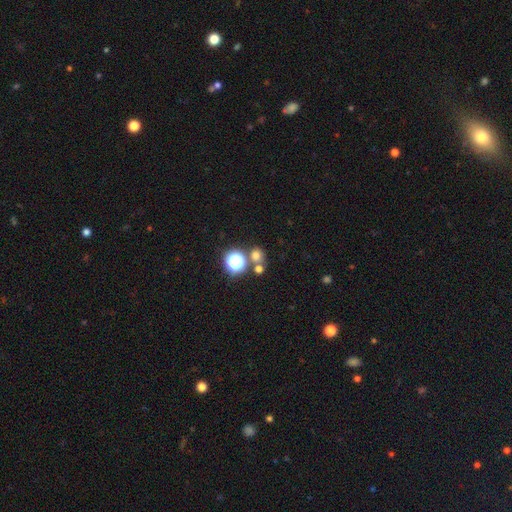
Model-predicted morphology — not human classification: The model was most divided on "smooth or featured": smooth: 65%, star or artifact: 28%, featured or disk: 7%. More confident: how rounded — round (83%); merging — none (66%).